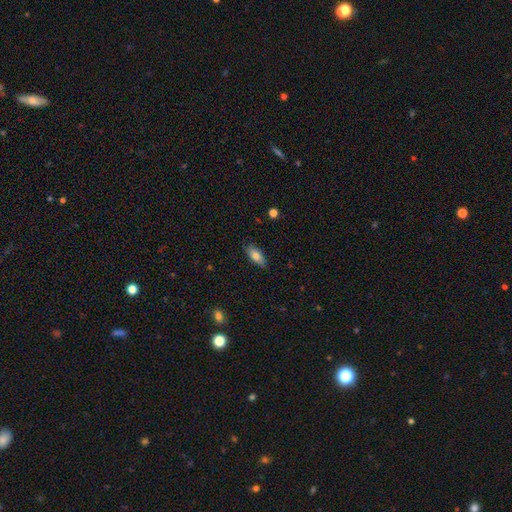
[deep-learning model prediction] This is likely a smooth galaxy (80%). How rounded: clearly in between (83%). Merging: clearly none (82%).